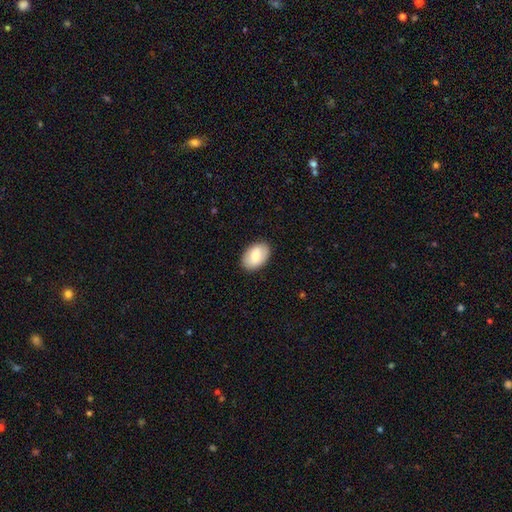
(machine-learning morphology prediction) smooth 77%, featured or disk 17%, star or artifact 6%. Down the decision tree: how rounded — in between (90%); merging — none (87%).